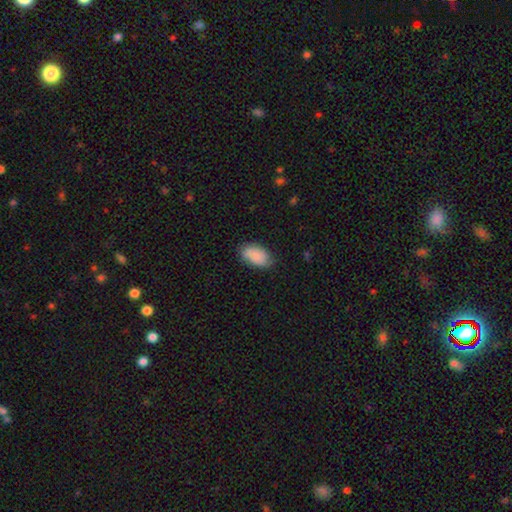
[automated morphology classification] Q: Smooth or featured?
A: smooth (85%); runner-up: featured or disk (9%)
Q: How rounded?
A: in between (94%); runner-up: round (4%)
Q: Merging?
A: none (73%); runner-up: minor disturbance (21%)